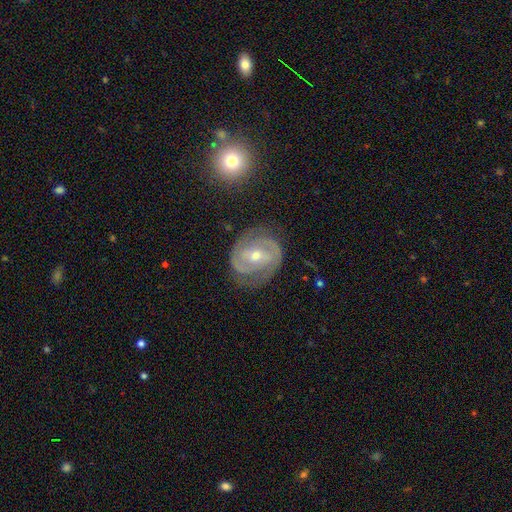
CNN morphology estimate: Q: Smooth or featured?
A: featured or disk (88%); runner-up: smooth (7%)
Q: Edge-on disk?
A: no (97%); runner-up: yes (3%)
Q: Bar?
A: weak (44%); runner-up: strong (32%)
Q: Spiral arms?
A: yes (96%); runner-up: no (4%)
Q: Spiral winding?
A: tight (60%); runner-up: medium (34%)
Q: Spiral arm count?
A: 2 (77%); runner-up: 3 (9%)
Q: Bulge size?
A: moderate (55%); runner-up: small (41%)
Q: Merging?
A: none (78%); runner-up: minor disturbance (15%)